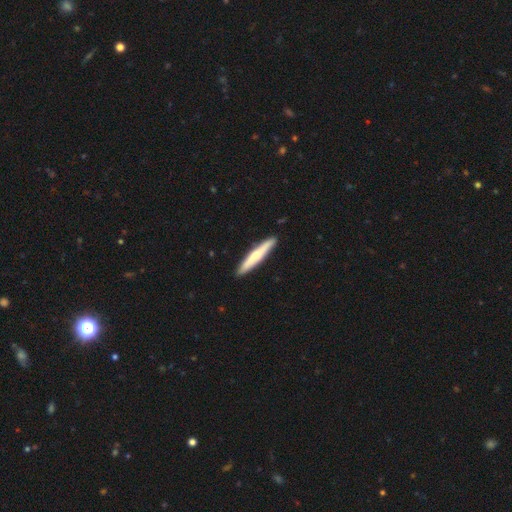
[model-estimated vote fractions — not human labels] smooth 56%, featured or disk 39%, star or artifact 5%. Down the decision tree: how rounded — cigar-shaped (93%); merging — none (91%).